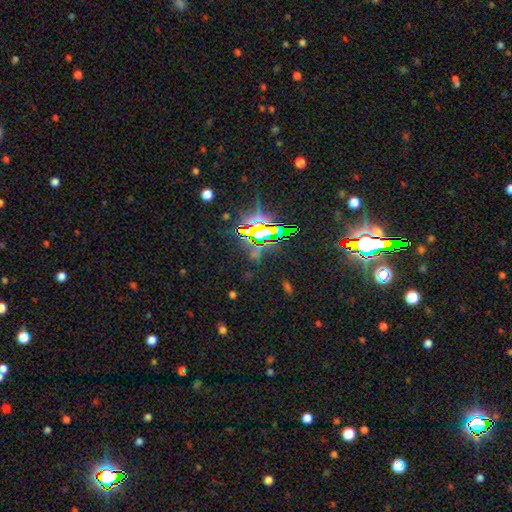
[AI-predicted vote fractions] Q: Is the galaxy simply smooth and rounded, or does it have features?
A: star or artifact — 84%.